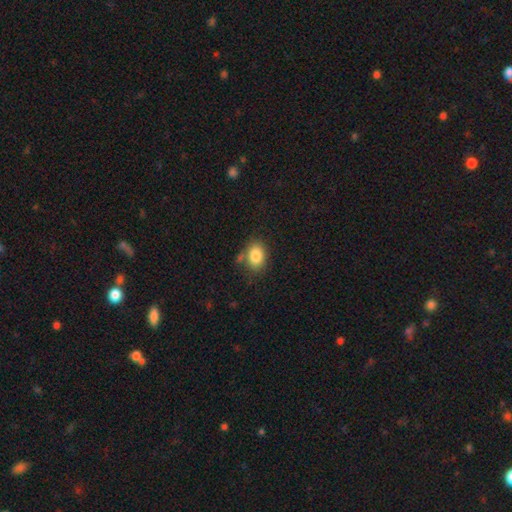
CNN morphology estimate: Smooth or featured?
  - smooth: 84% *
  - star or artifact: 9%
  - featured or disk: 7%
How rounded?
  - in between: 74% *
  - round: 25%
  - cigar-shaped: 1%
Merging?
  - none: 70% *
  - minor disturbance: 16%
  - merger: 8%
  - major disturbance: 5%